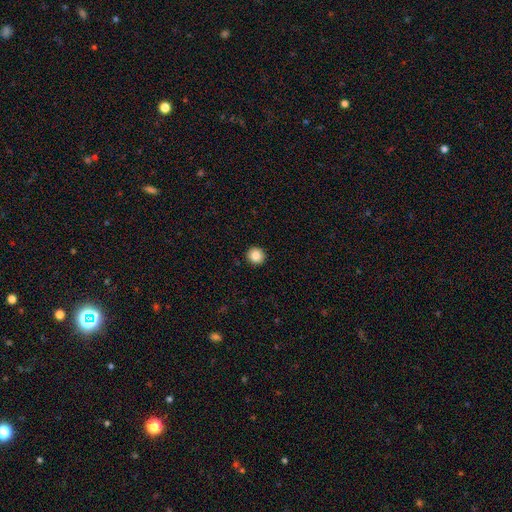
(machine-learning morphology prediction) A smooth galaxy with no disk features (87%) that is round (92%). Merging: none (92%).